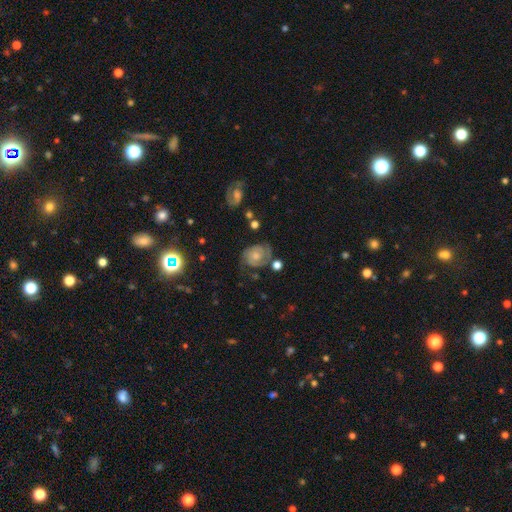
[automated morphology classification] Q: Smooth or featured?
A: featured or disk (72%); runner-up: smooth (19%)
Q: Edge-on disk?
A: no (97%); runner-up: yes (3%)
Q: Bar?
A: no (72%); runner-up: weak (24%)
Q: Spiral arms?
A: yes (92%); runner-up: no (8%)
Q: Spiral winding?
A: tight (53%); runner-up: medium (36%)
Q: Spiral arm count?
A: 2 (71%); runner-up: can't tell (15%)
Q: Bulge size?
A: moderate (46%); runner-up: small (35%)
Q: Merging?
A: none (61%); runner-up: minor disturbance (22%)